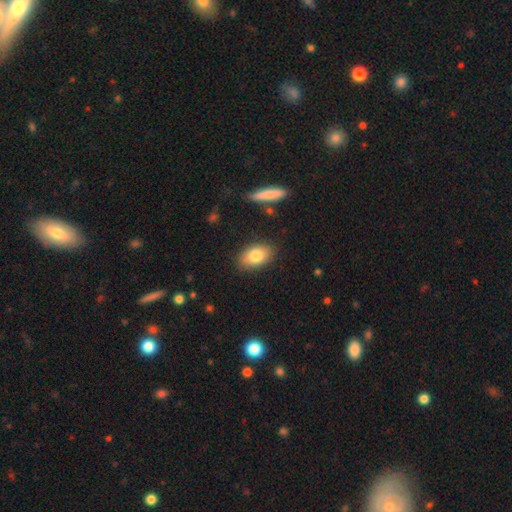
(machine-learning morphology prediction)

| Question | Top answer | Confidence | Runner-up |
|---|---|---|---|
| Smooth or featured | smooth | 80% | featured or disk (13%) |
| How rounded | in between | 89% | round (8%) |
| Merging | none | 85% | minor disturbance (11%) |